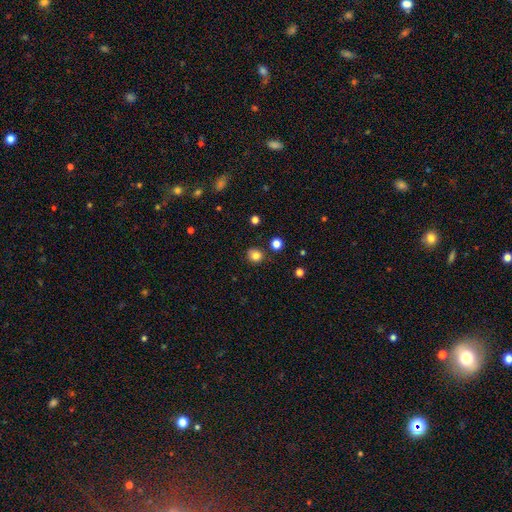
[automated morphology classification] Smooth or featured?
  - smooth: 82% *
  - star or artifact: 13%
  - featured or disk: 6%
How rounded?
  - round: 84% *
  - in between: 15%
  - cigar-shaped: 1%
Merging?
  - none: 84% *
  - minor disturbance: 10%
  - merger: 3%
  - major disturbance: 3%